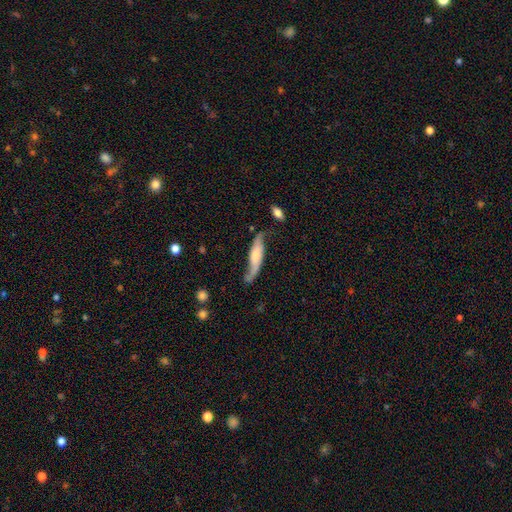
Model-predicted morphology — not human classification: Smooth or featured?
  - featured or disk: 68% *
  - smooth: 27%
  - star or artifact: 6%
Edge-on disk?
  - no: 69% *
  - yes: 31%
Merging?
  - none: 54% *
  - minor disturbance: 25%
  - major disturbance: 14%
  - merger: 6%